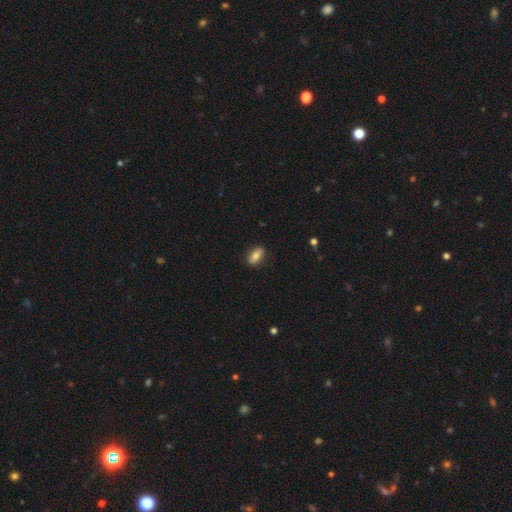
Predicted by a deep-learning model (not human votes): Smooth or featured?
  - smooth: 75% *
  - featured or disk: 17%
  - star or artifact: 8%
How rounded?
  - in between: 84% *
  - cigar-shaped: 9%
  - round: 8%
Merging?
  - none: 85% *
  - minor disturbance: 12%
  - major disturbance: 2%
  - merger: 1%